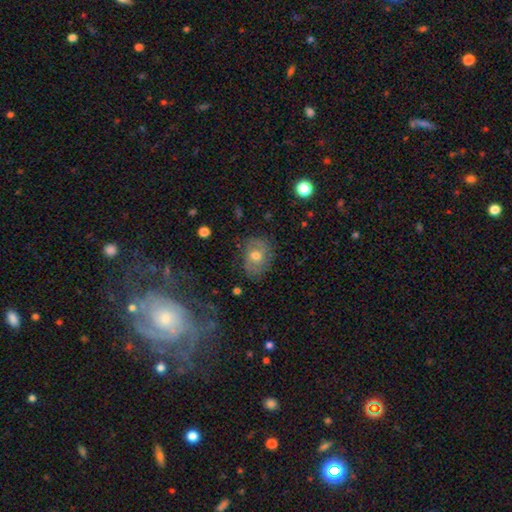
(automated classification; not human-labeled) A featured or disk galaxy (51%). Merging: none (74%).